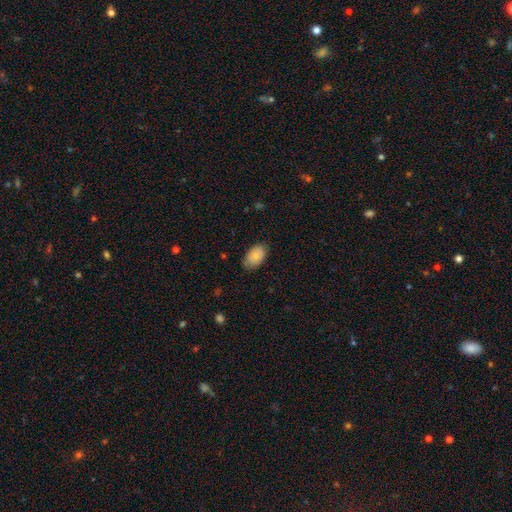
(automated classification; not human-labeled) This appears to be a smooth galaxy with no disk features (76%) that is in between round and cigar-shaped (92%). Merging: none (77%).